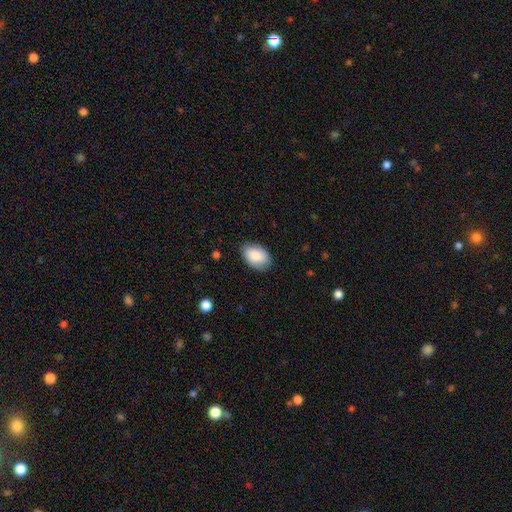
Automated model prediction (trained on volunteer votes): smooth_or_featured: smooth (p=0.85) [alt: featured or disk p=0.09]
how_rounded: in between (p=0.89) [alt: round p=0.09]
merging: none (p=0.79) [alt: minor disturbance p=0.16]